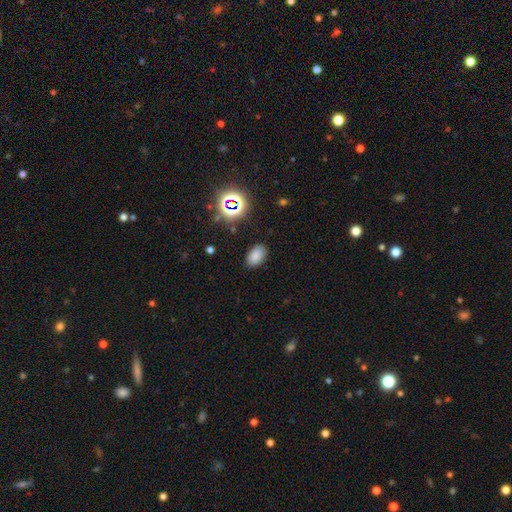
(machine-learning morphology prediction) smooth_or_featured: smooth (p=0.78) [alt: star or artifact p=0.16]
how_rounded: in between (p=0.90) [alt: round p=0.08]
merging: none (p=0.86) [alt: minor disturbance p=0.10]